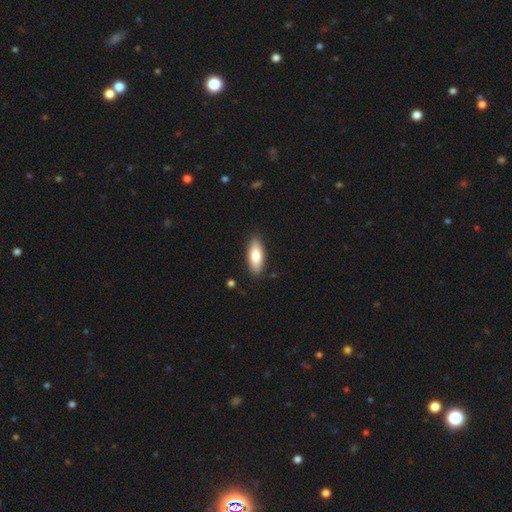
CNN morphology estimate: Smooth or featured? smooth (80%)
How rounded? in between (73%)
Merging? none (88%)